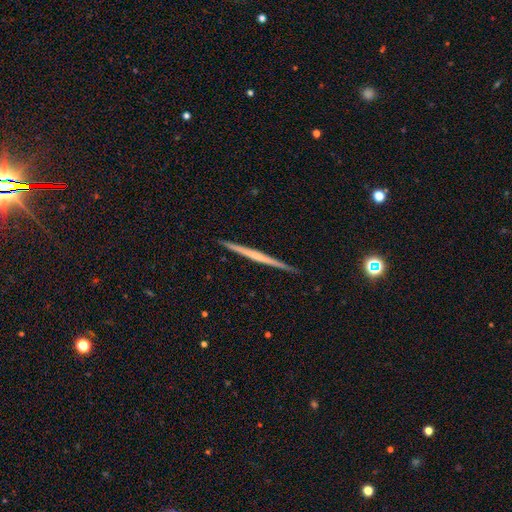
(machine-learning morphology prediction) smooth_or_featured: featured or disk (p=0.64) [alt: smooth p=0.31]
disk_edge_on: yes (p=0.98) [alt: no p=0.02]
edge_on_bulge: none (p=0.78) [alt: rounded p=0.16]
merging: none (p=0.91) [alt: minor disturbance p=0.07]